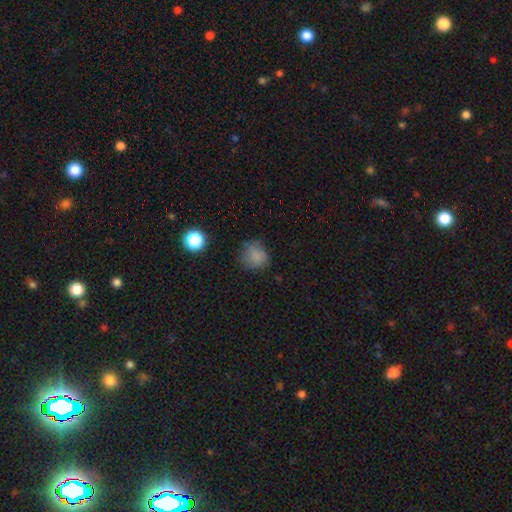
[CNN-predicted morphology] smooth_or_featured: smooth (p=0.79) [alt: star or artifact p=0.13]
how_rounded: round (p=0.78) [alt: in between p=0.21]
merging: none (p=0.64) [alt: minor disturbance p=0.25]